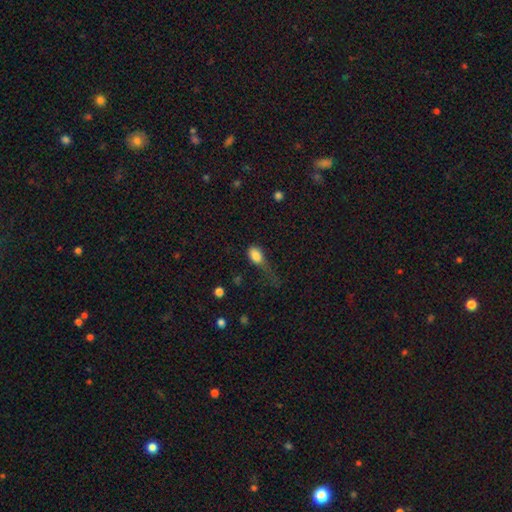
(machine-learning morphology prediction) smooth 83%, star or artifact 9%, featured or disk 8%. Down the decision tree: how rounded — in between (84%); merging — major disturbance (46%).